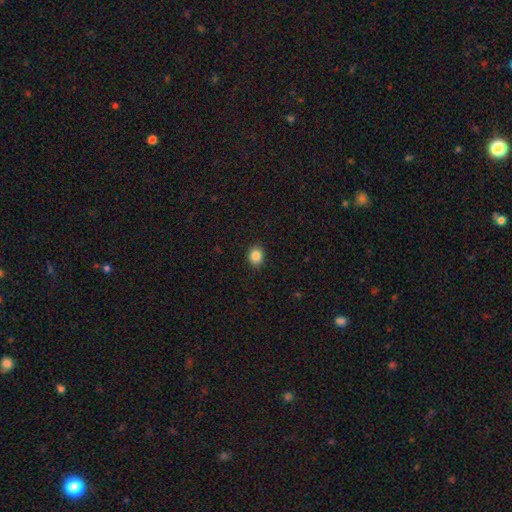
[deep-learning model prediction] Morphology: type=smooth (86%); roundness=round (73%); merging=none (91%).